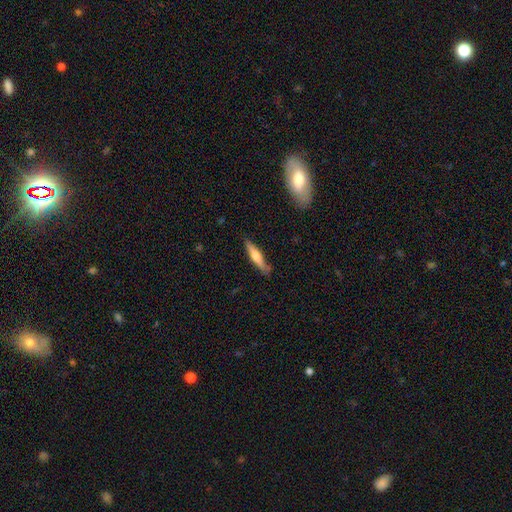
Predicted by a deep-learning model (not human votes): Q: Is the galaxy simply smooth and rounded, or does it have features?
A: smooth — 48%.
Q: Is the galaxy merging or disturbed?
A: none — 81%.